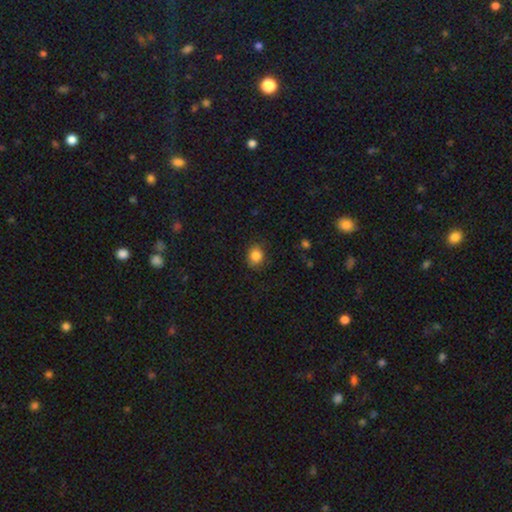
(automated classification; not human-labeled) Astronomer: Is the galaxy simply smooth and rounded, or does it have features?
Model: smooth — 85%.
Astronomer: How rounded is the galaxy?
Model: round — 66%.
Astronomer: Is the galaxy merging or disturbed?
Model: none — 85%.